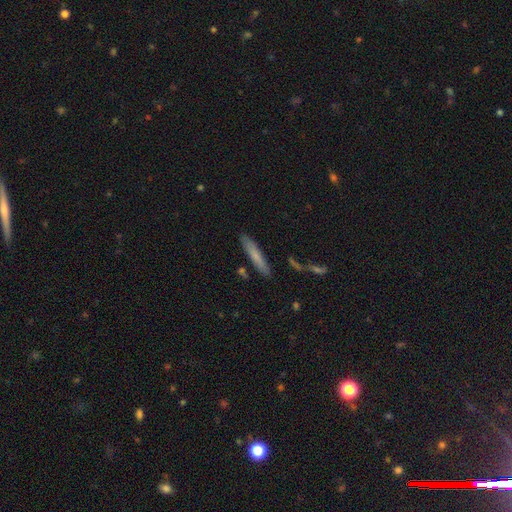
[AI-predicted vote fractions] smooth-or-featured: smooth: 69% | featured or disk: 25% | star or artifact: 7%
  how-rounded: cigar-shaped: 92% | in between: 7% | round: 1%
  merging: none: 85% | minor disturbance: 10% | merger: 3% | major disturbance: 2%